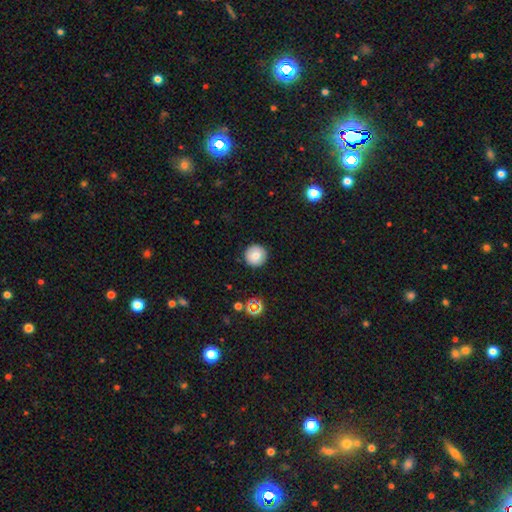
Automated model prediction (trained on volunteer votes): Smooth or featured?
  - smooth: 82% *
  - star or artifact: 10%
  - featured or disk: 9%
How rounded?
  - round: 96% *
  - in between: 3%
  - cigar-shaped: 1%
Merging?
  - none: 92% *
  - minor disturbance: 6%
  - major disturbance: 2%
  - merger: 1%